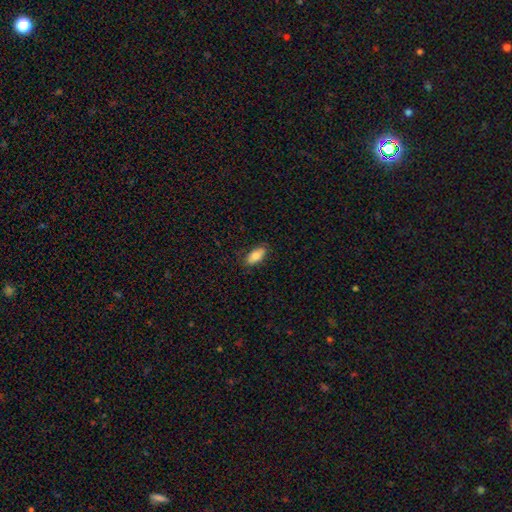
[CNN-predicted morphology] This is likely a smooth galaxy (79%). How rounded: clearly in between (89%). Merging: clearly none (84%).